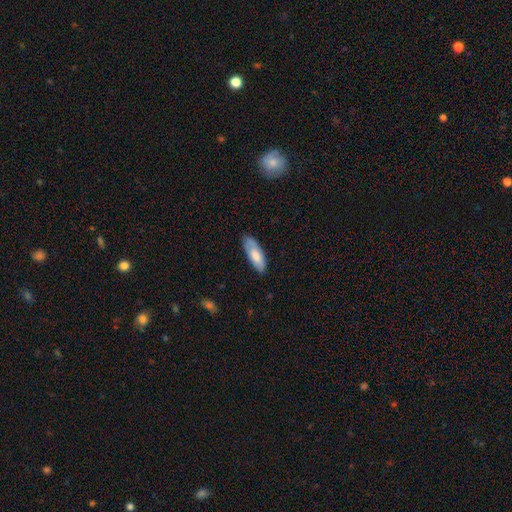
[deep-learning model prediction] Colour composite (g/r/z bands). It shows a smooth galaxy with no disk features (70%) that is in between round and cigar-shaped (73%). Merging: none (73%).